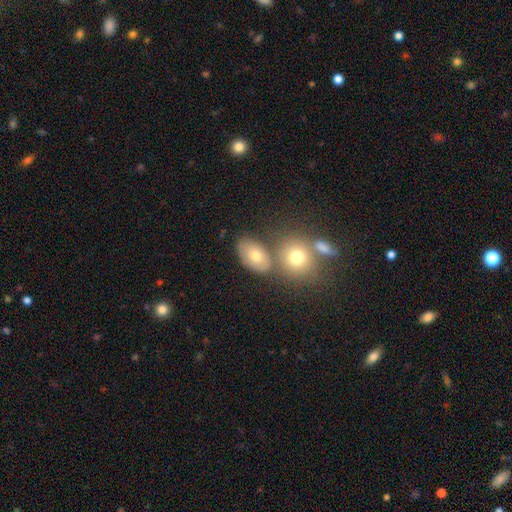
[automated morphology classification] A smooth galaxy with no disk features (68%) that is in between round and cigar-shaped (77%). Merging: none (60%).